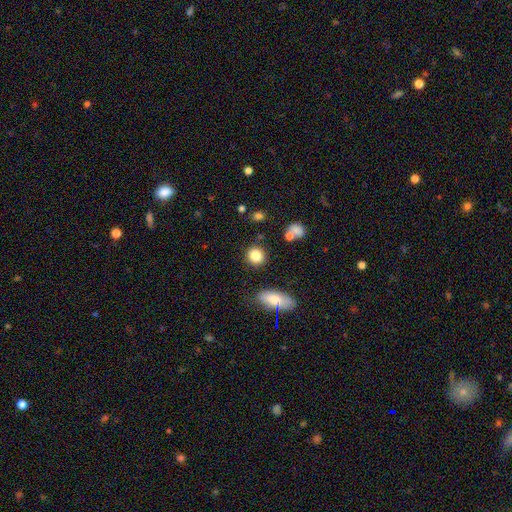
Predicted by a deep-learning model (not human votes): A smooth galaxy with no disk features (84%) that is round (86%).

Vote fractions:
- Smooth or featured? smooth: 84% / star or artifact: 10% / featured or disk: 6%
- How rounded? round: 86% / in between: 13% / cigar-shaped: 2%
- Merging? none: 84% / minor disturbance: 9% / merger: 4% / major disturbance: 3%